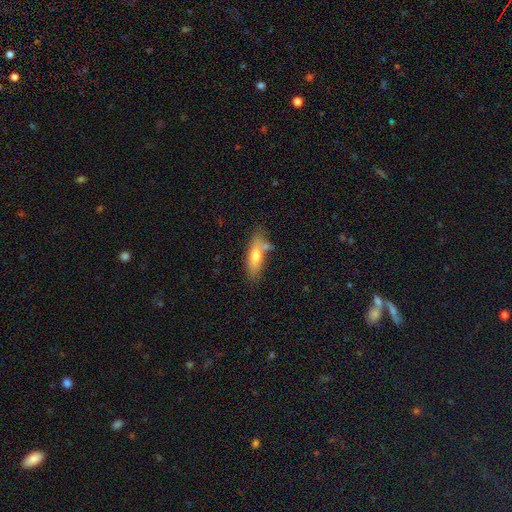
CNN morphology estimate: smooth-or-featured: smooth: 66% | featured or disk: 27% | star or artifact: 7%
  how-rounded: in between: 51% | cigar-shaped: 46% | round: 3%
  merging: none: 65% | minor disturbance: 17% | merger: 14% | major disturbance: 4%